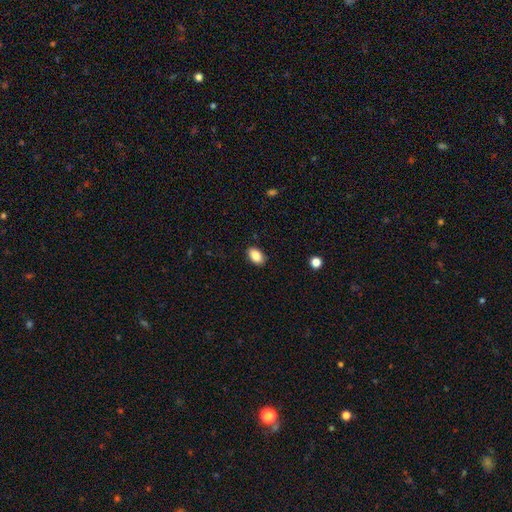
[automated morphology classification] Smooth or featured? Predicted: smooth (p=0.87). How rounded? Predicted: in between (p=0.90). Merging? Predicted: none (p=0.88).